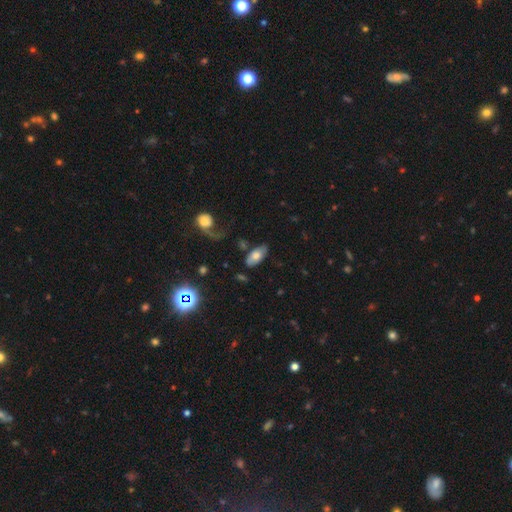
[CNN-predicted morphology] This is likely a smooth galaxy (65%). How rounded: clearly in between (92%). Merging: likely none (65%).